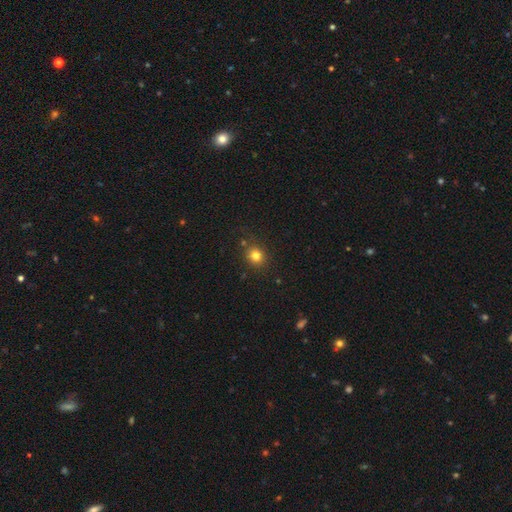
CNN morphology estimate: type=smooth (79%); roundness=round (78%); merging=none (80%).